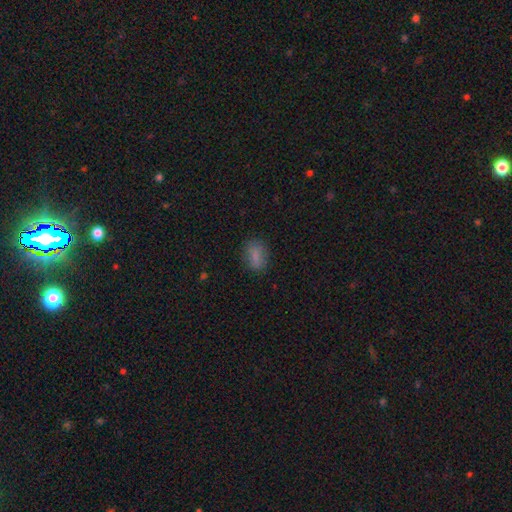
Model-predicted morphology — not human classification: Smooth or featured: smooth — 81% (star or artifact — 11%)
How rounded: in between — 76% (round — 20%)
Merging: none — 81% (minor disturbance — 14%)